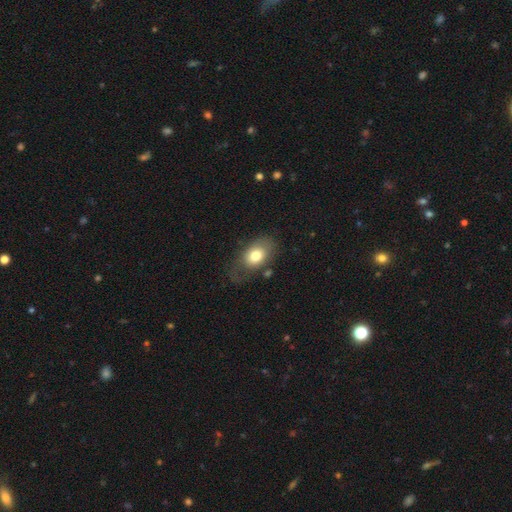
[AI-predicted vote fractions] smooth-or-featured: smooth: 74% | featured or disk: 18% | star or artifact: 8%
  how-rounded: in between: 84% | round: 15% | cigar-shaped: 1%
  merging: none: 55% | minor disturbance: 26% | major disturbance: 16% | merger: 4%